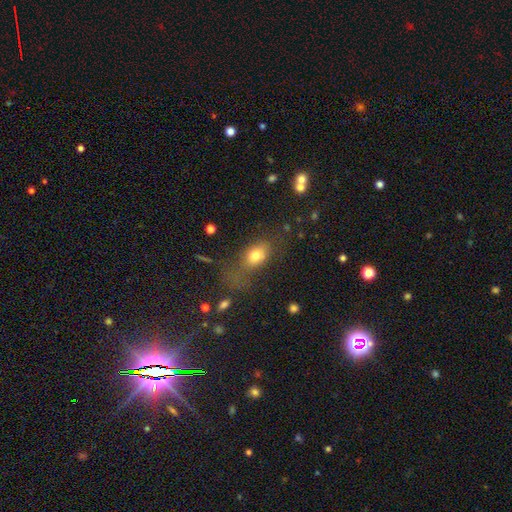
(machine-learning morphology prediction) smooth_or_featured: smooth (p=0.75) [alt: star or artifact p=0.13]
how_rounded: in between (p=0.74) [alt: round p=0.23]
merging: none (p=0.43) [alt: major disturbance p=0.28]